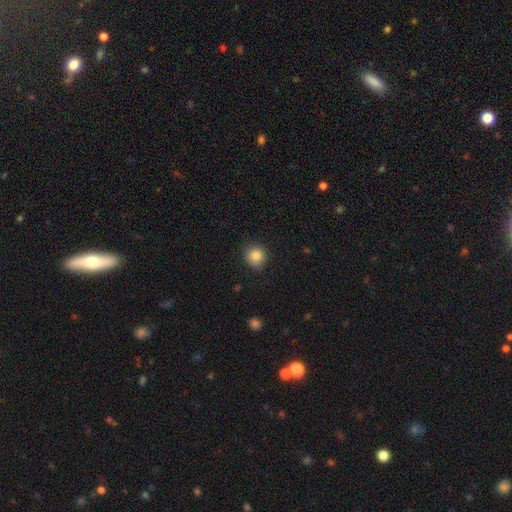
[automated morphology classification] The model was most divided on "merging": none: 84%, minor disturbance: 12%, major disturbance: 3%, merger: 1%. More confident: how rounded — round (88%); smooth or featured — smooth (84%).